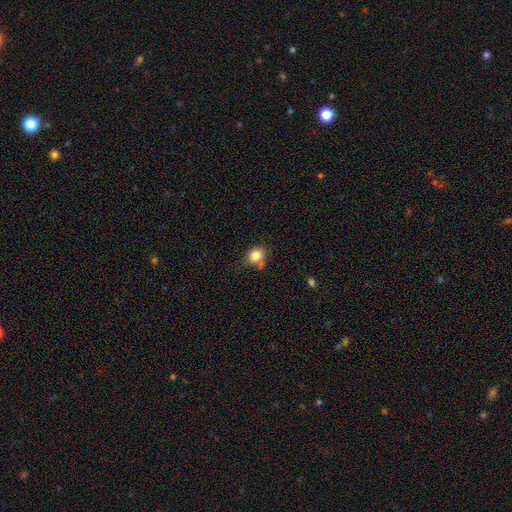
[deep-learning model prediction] Morphology: type=smooth (82%); roundness=round (68%); merging=none (60%).